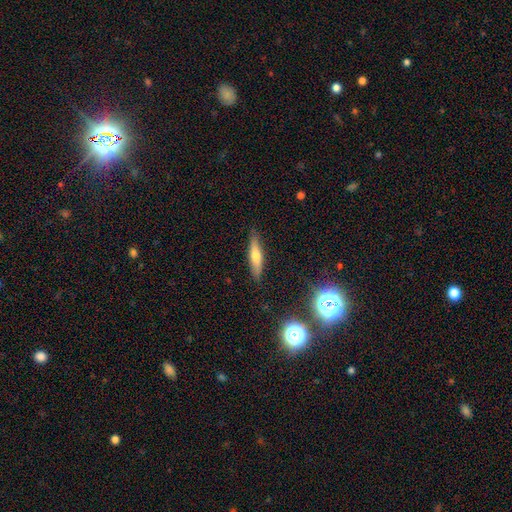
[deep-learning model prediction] This is possibly a smooth galaxy (57%). How rounded: likely cigar-shaped (79%). Merging: clearly none (86%).